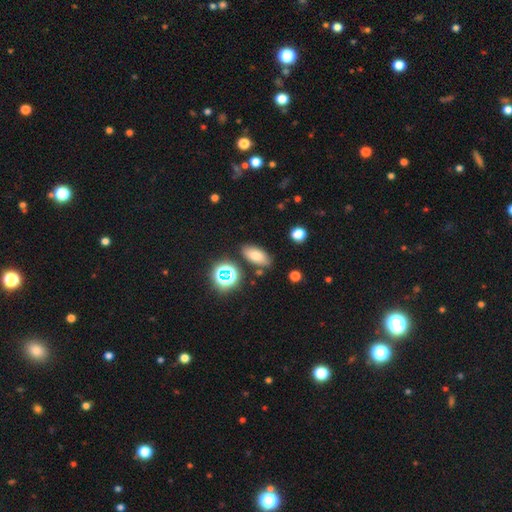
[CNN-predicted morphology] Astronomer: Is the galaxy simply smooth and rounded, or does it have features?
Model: smooth — 73%.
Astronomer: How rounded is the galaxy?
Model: in between — 84%.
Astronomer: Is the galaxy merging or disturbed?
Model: none — 80%.